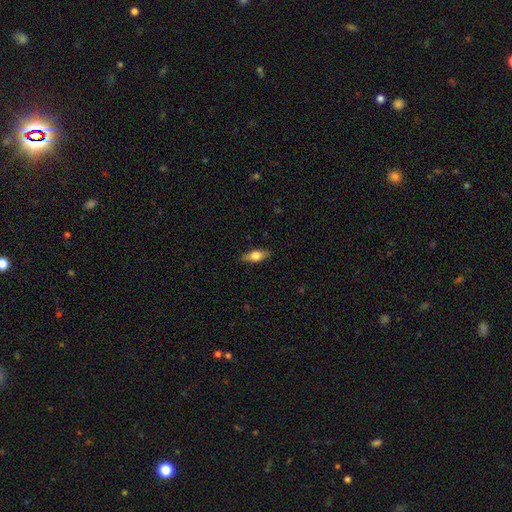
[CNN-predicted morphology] Smooth or featured?
  - smooth: 65% *
  - featured or disk: 28%
  - star or artifact: 6%
How rounded?
  - in between: 70% *
  - cigar-shaped: 26%
  - round: 4%
Merging?
  - none: 87% *
  - minor disturbance: 10%
  - major disturbance: 2%
  - merger: 1%